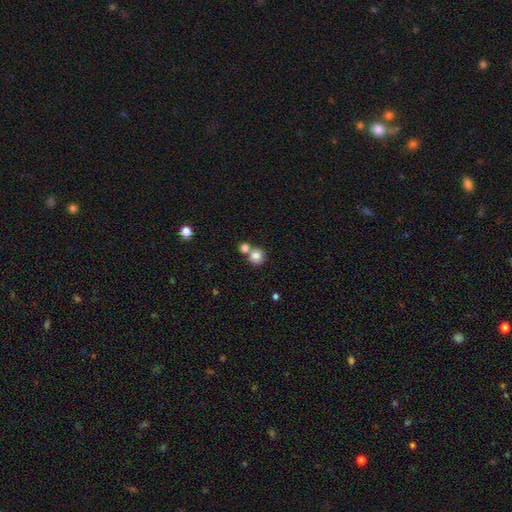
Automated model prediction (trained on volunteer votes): This appears to be a smooth galaxy with no disk features (85%) that is round (92%). Merging: none (60%).